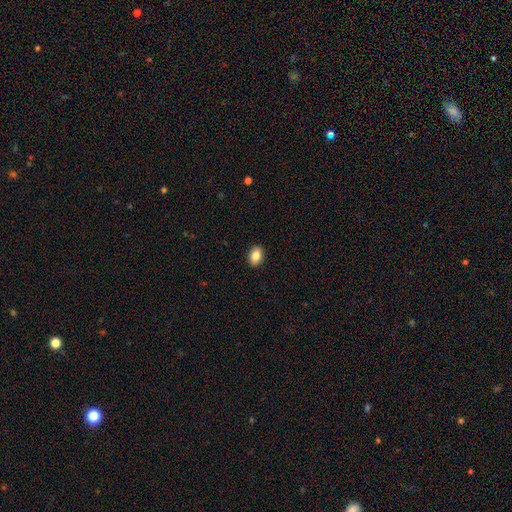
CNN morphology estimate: smooth_or_featured: smooth (p=0.84) [alt: star or artifact p=0.08]
how_rounded: in between (p=0.79) [alt: round p=0.19]
merging: none (p=0.91) [alt: minor disturbance p=0.07]